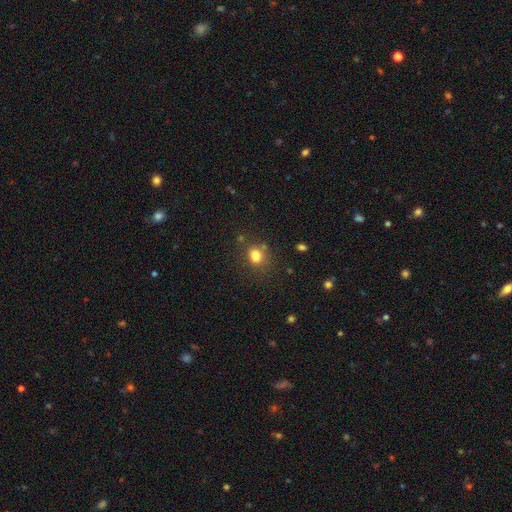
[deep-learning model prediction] This appears to be a smooth galaxy with no disk features (77%) that is in between round and cigar-shaped (55%). Merging: none (59%).